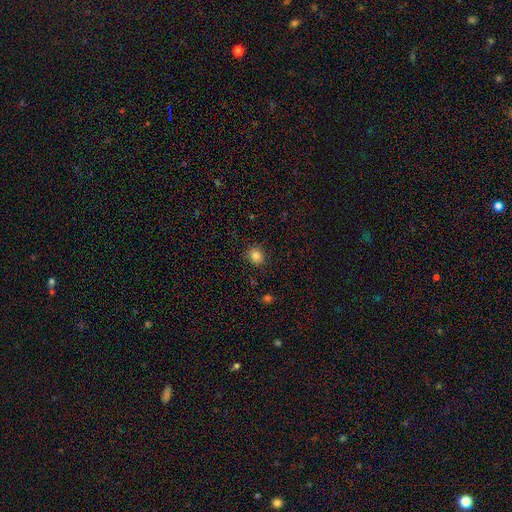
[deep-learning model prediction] Morphology: type=smooth (84%); roundness=round (79%); merging=none (89%).